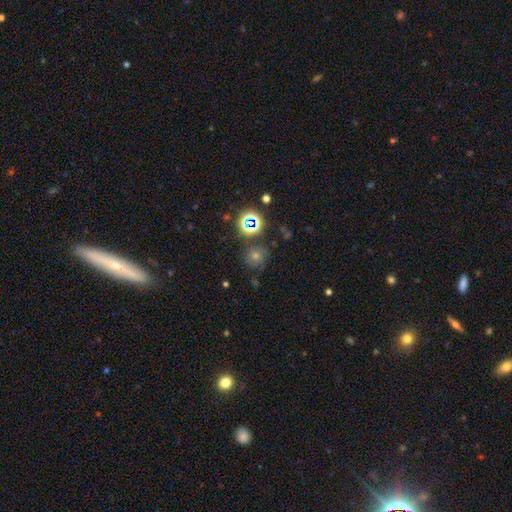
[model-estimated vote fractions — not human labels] Overall: star or artifact (52%; smooth 34%).